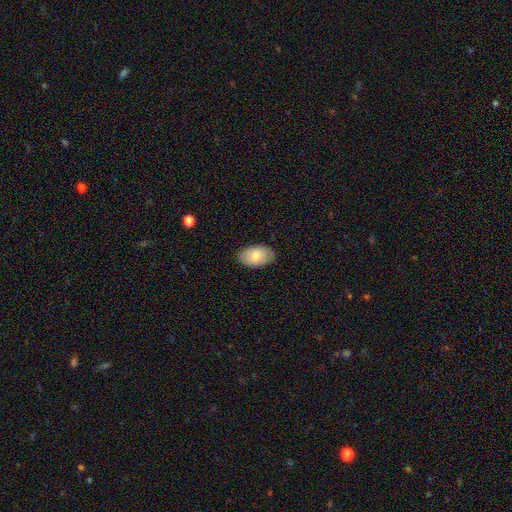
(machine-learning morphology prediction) smooth_or_featured: smooth (p=0.77) [alt: featured or disk p=0.17]
how_rounded: in between (p=0.93) [alt: round p=0.06]
merging: none (p=0.84) [alt: minor disturbance p=0.13]